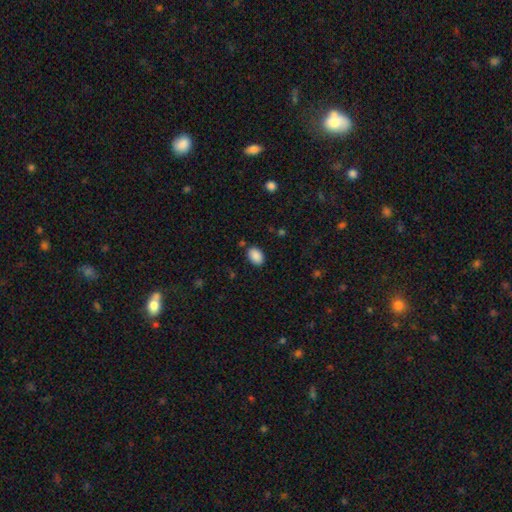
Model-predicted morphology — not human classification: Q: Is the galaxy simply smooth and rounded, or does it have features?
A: smooth — 89%.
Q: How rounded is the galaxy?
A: in between — 84%.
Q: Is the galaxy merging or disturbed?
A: none — 84%.